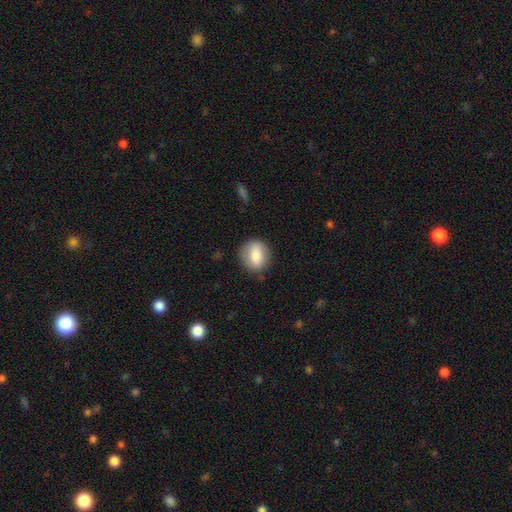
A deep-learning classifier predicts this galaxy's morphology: type=smooth (77%); roundness=in between (52%); merging=none (80%).